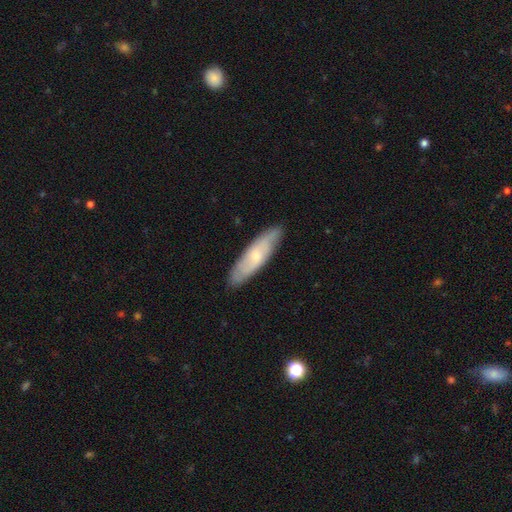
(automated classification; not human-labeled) Morphology: type=smooth (48%); merging=none (86%).